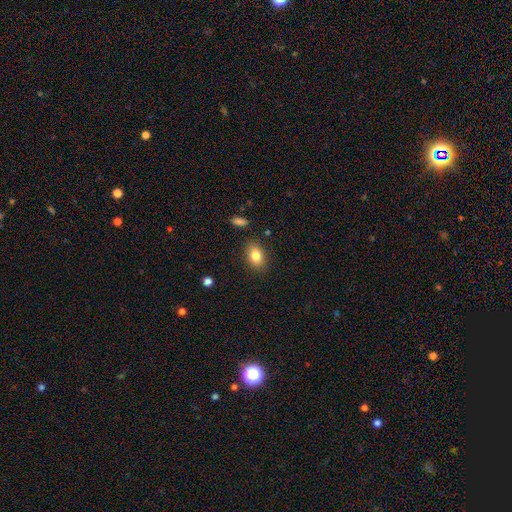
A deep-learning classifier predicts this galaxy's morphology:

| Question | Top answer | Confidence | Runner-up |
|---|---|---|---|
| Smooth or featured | smooth | 82% | featured or disk (9%) |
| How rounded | in between | 81% | round (17%) |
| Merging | none | 85% | minor disturbance (10%) |